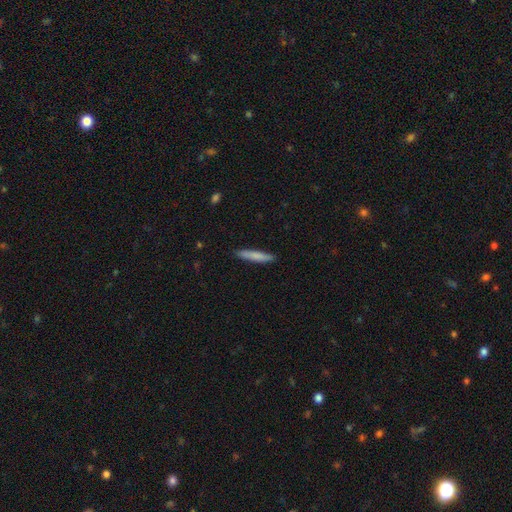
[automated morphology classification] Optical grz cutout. It shows a smooth galaxy with no disk features (78%) that is cigar-shaped (93%). Merging: none (89%).